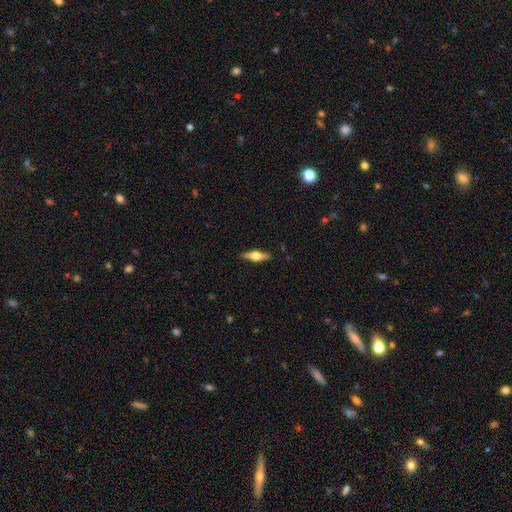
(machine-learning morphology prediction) smooth_or_featured: featured or disk (p=0.66) [alt: smooth p=0.28]
disk_edge_on: yes (p=0.96) [alt: no p=0.04]
edge_on_bulge: rounded (p=0.95) [alt: boxy p=0.04]
merging: none (p=0.89) [alt: minor disturbance p=0.08]